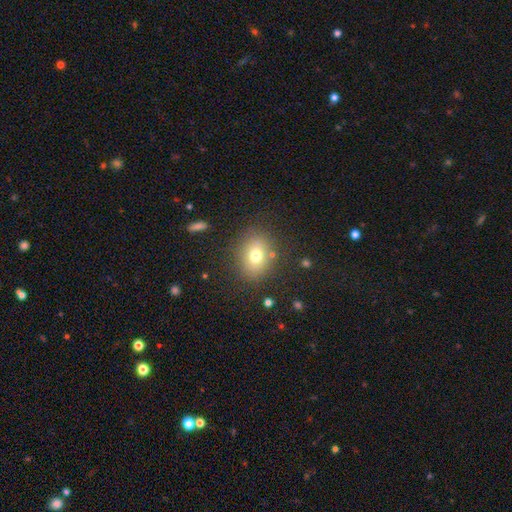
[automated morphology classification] type=smooth (72%); roundness=round (51%); merging=none (82%).